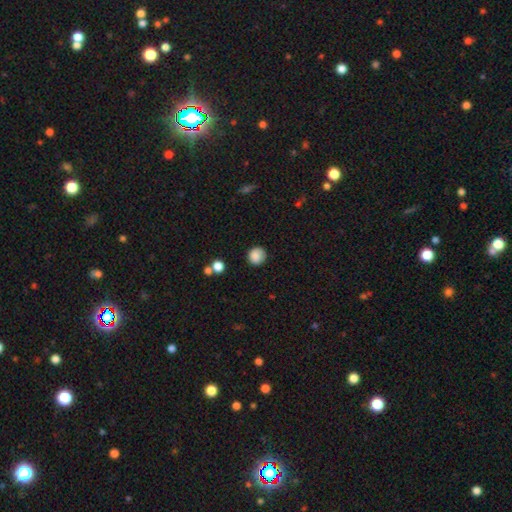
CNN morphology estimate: A smooth galaxy with no disk features (86%) that is round (90%).

Vote fractions:
- Smooth or featured? smooth: 86% / star or artifact: 9% / featured or disk: 5%
- How rounded? round: 90% / in between: 9% / cigar-shaped: 1%
- Merging? none: 84% / minor disturbance: 11% / major disturbance: 3% / merger: 2%